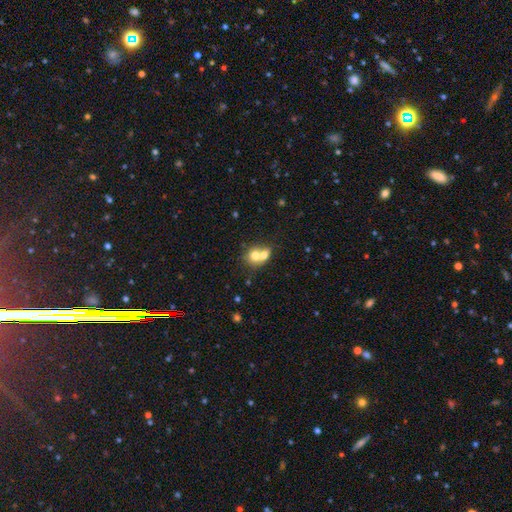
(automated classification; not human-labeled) Overall: smooth (68%). How rounded: round (64%; in between 34%). Merging: merger (67%).